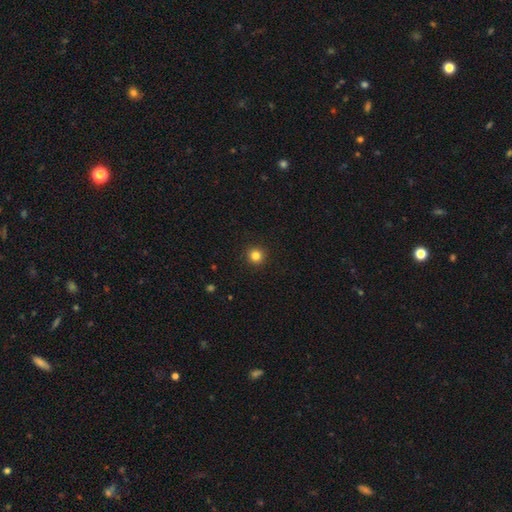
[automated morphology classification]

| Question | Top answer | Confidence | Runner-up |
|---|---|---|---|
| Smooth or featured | smooth | 83% | star or artifact (12%) |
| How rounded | round | 95% | in between (4%) |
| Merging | none | 93% | minor disturbance (4%) |